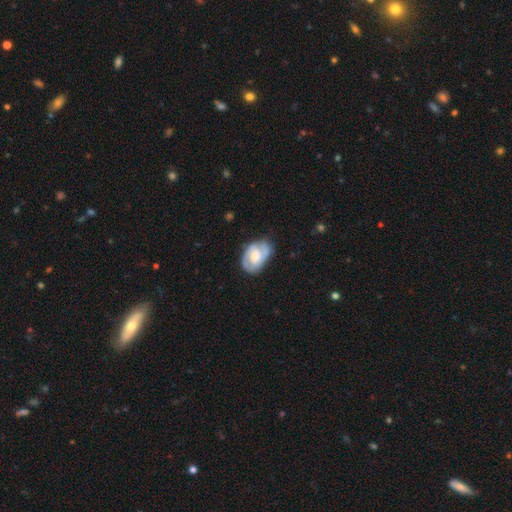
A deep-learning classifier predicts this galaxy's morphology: Q: Smooth or featured?
A: featured or disk (66%); runner-up: smooth (28%)
Q: Edge-on disk?
A: no (97%); runner-up: yes (3%)
Q: Bar?
A: no (58%); runner-up: weak (34%)
Q: Spiral arms?
A: yes (84%); runner-up: no (16%)
Q: Spiral winding?
A: tight (49%); runner-up: medium (39%)
Q: Spiral arm count?
A: 2 (65%); runner-up: can't tell (19%)
Q: Bulge size?
A: moderate (40%); runner-up: large (29%)
Q: Merging?
A: none (66%); runner-up: minor disturbance (25%)